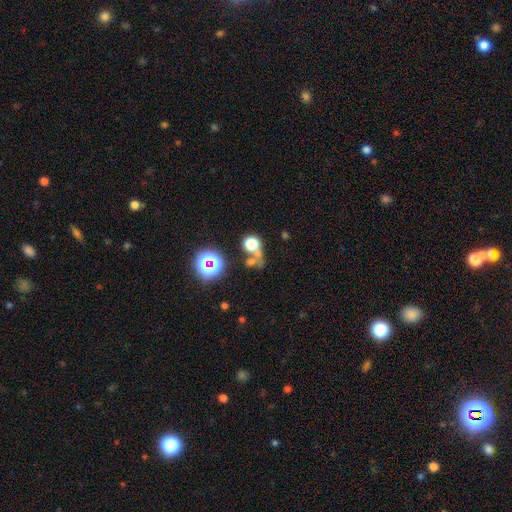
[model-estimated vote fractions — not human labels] Smooth or featured? Predicted: smooth (p=0.55). How rounded? Predicted: round (p=0.80). Merging? Predicted: none (p=0.45).